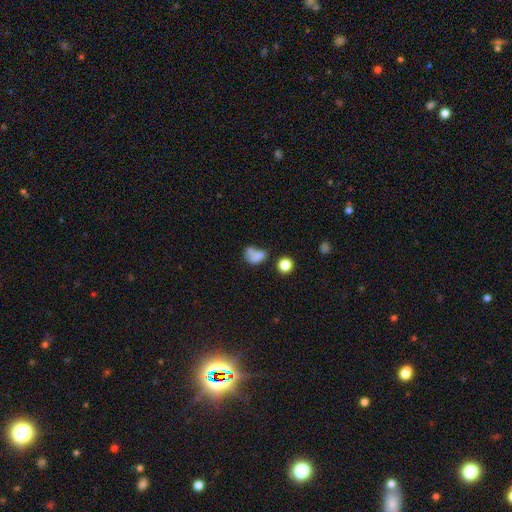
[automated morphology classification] Q: Smooth or featured?
A: smooth (71%); runner-up: featured or disk (15%)
Q: How rounded?
A: in between (65%); runner-up: round (33%)
Q: Merging?
A: merger (40%); runner-up: none (26%)